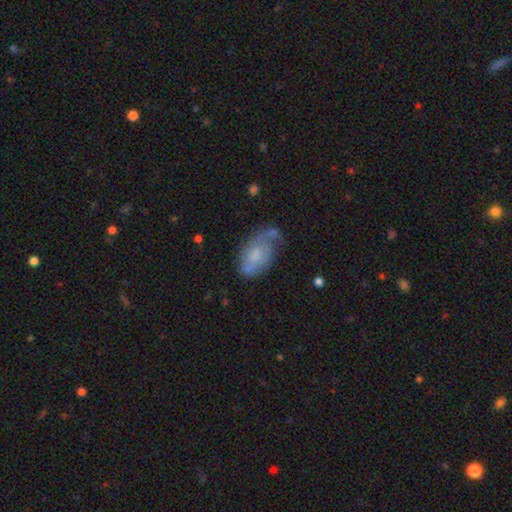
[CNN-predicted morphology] Q: Smooth or featured?
A: featured or disk (49%); runner-up: smooth (43%)
Q: Merging?
A: none (44%); runner-up: minor disturbance (30%)